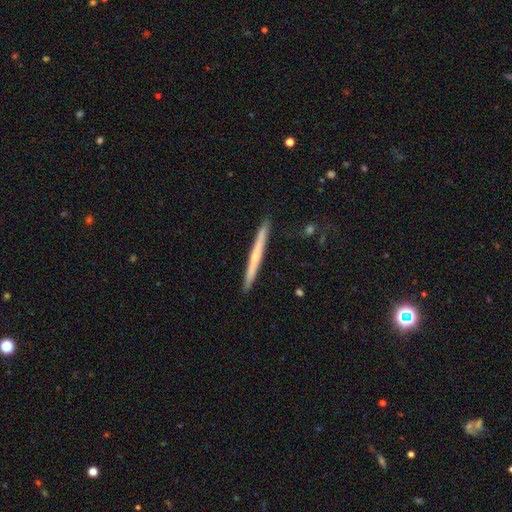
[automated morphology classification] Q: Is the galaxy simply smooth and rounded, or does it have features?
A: featured or disk — 51%.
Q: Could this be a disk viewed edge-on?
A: yes — 97%.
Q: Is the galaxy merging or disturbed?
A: none — 92%.